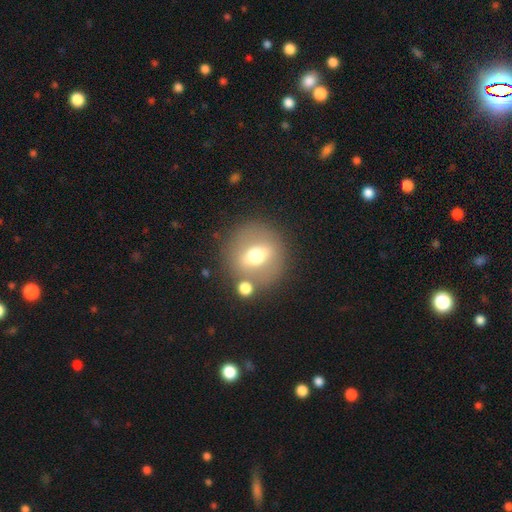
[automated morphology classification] A smooth galaxy with no disk features (48%). Merging: none (79%).